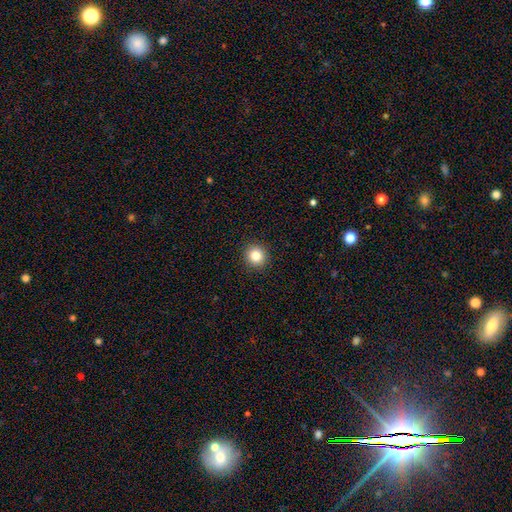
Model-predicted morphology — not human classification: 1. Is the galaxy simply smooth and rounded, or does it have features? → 84% smooth, 11% star or artifact, 5% featured or disk.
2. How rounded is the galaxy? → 92% round, 7% in between, 1% cigar-shaped.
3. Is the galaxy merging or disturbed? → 93% none, 5% minor disturbance, 2% major disturbance, 1% merger.